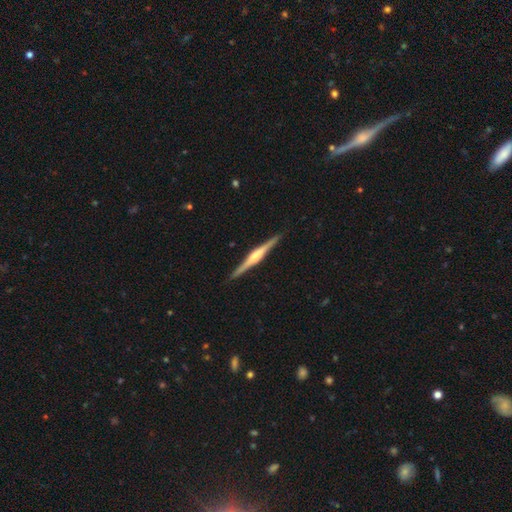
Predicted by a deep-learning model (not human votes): Smooth or featured? featured or disk (78%)
Edge-on disk? yes (98%)
Edge-on bulge? rounded (69%)
Merging? none (91%)